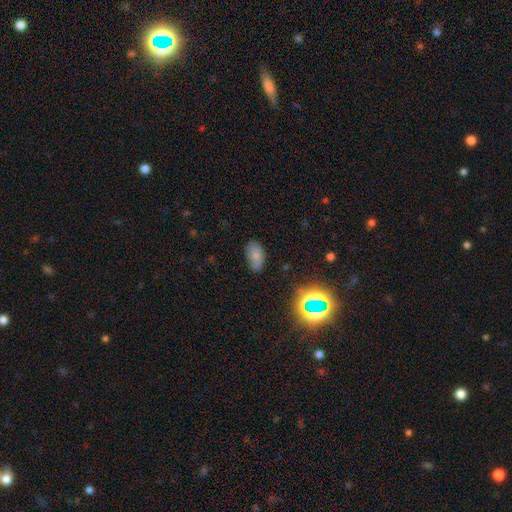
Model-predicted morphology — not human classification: smooth 73%, star or artifact 14%, featured or disk 13%. Down the decision tree: how rounded — in between (92%); merging — none (71%).